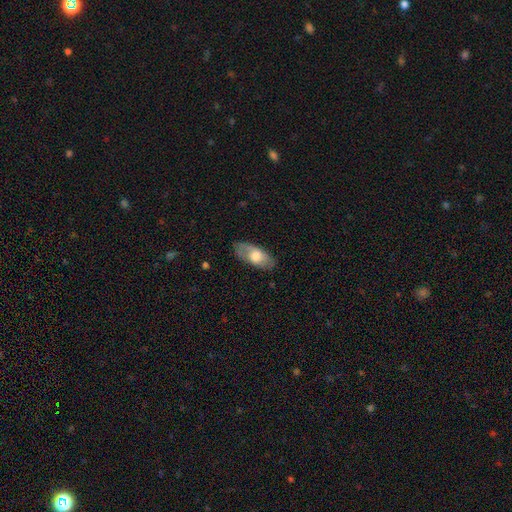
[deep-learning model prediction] This appears to be a smooth galaxy with no disk features (58%) that is in between round and cigar-shaped (87%). Merging: none (75%).